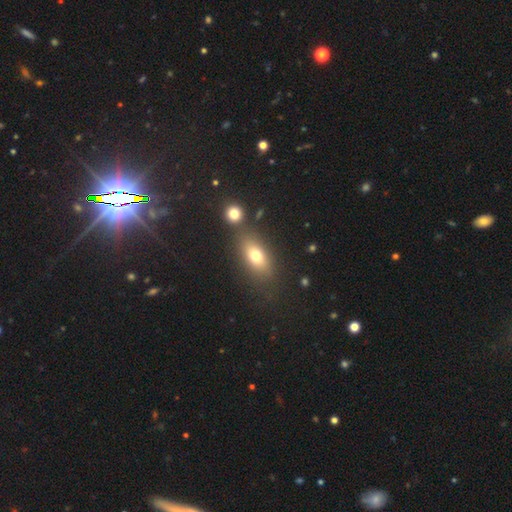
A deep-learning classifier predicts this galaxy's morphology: Smooth or featured? Predicted: smooth (p=0.72). How rounded? Predicted: in between (p=0.79). Merging? Predicted: none (p=0.70).